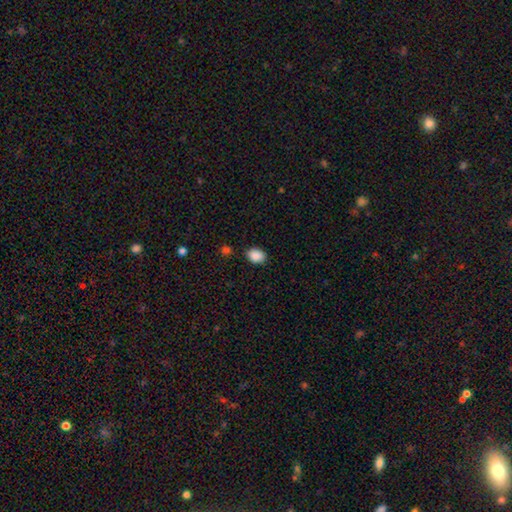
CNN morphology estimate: Q: Smooth or featured?
A: smooth (88%); runner-up: star or artifact (8%)
Q: How rounded?
A: in between (71%); runner-up: round (28%)
Q: Merging?
A: none (84%); runner-up: minor disturbance (11%)